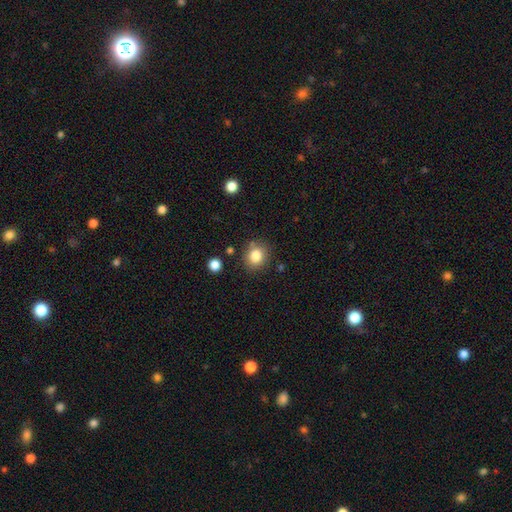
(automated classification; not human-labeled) A smooth galaxy with no disk features (83%) that is round (75%). Merging: none (81%).